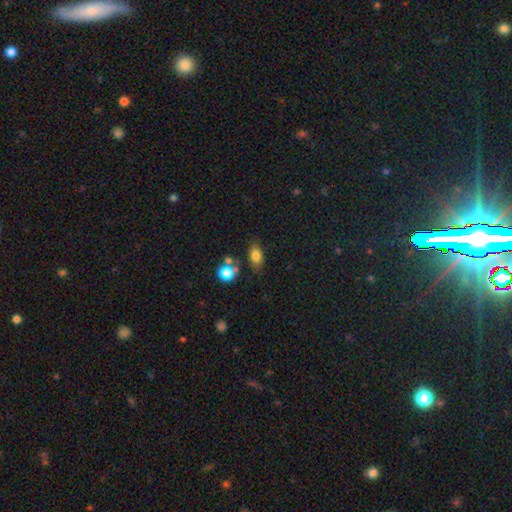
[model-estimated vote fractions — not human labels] This is likely a smooth galaxy (78%). How rounded: clearly in between (82%). Merging: likely none (70%).